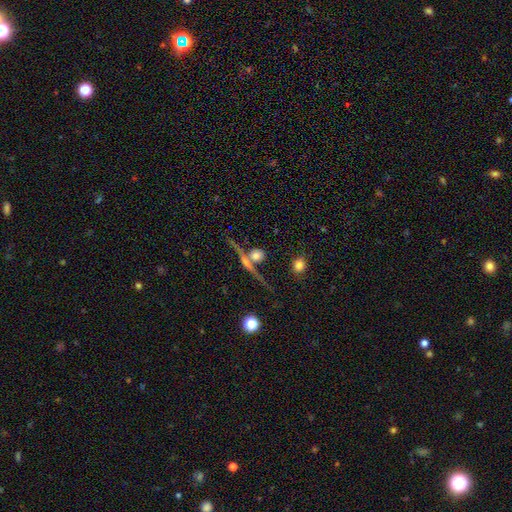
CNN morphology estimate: A featured or disk galaxy (51%) viewed edge-on (83%).

Vote fractions:
- Smooth or featured? featured or disk: 51% / smooth: 34% / star or artifact: 15%
- Edge-on disk? yes: 83% / no: 17%
- Merging? none: 63% / merger: 21% / minor disturbance: 11% / major disturbance: 6%